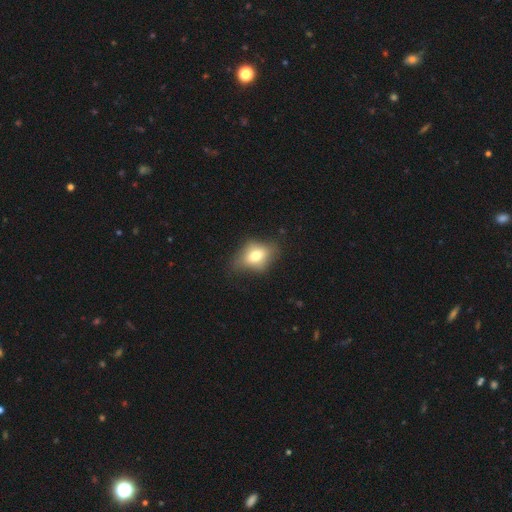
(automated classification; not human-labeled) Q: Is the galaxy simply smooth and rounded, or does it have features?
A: smooth — 68%.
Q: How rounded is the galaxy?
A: in between — 67%.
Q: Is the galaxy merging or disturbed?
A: none — 60%.